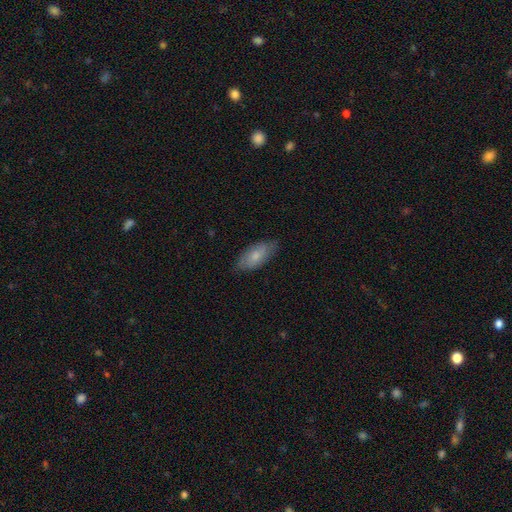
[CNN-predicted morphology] This appears to be a smooth galaxy with no disk features (76%) that is in between round and cigar-shaped (88%). Merging: none (78%).